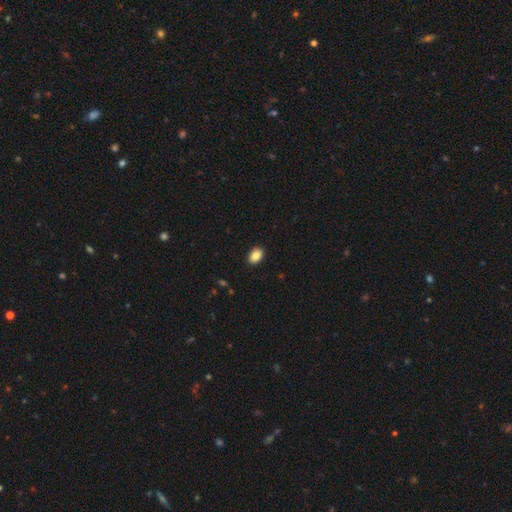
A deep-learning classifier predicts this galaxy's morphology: smooth-or-featured: smooth: 87% | star or artifact: 8% | featured or disk: 5%
  how-rounded: in between: 84% | round: 15% | cigar-shaped: 1%
  merging: none: 90% | minor disturbance: 7% | major disturbance: 2% | merger: 1%